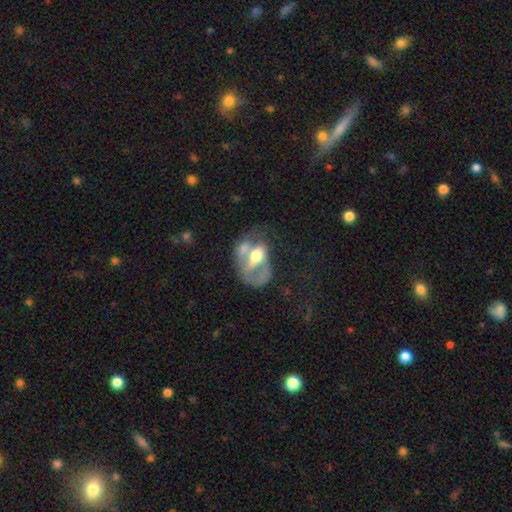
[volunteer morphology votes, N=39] Smooth or featured? smooth (67%)
How rounded? in between (85%)
Merging? major disturbance (49%)